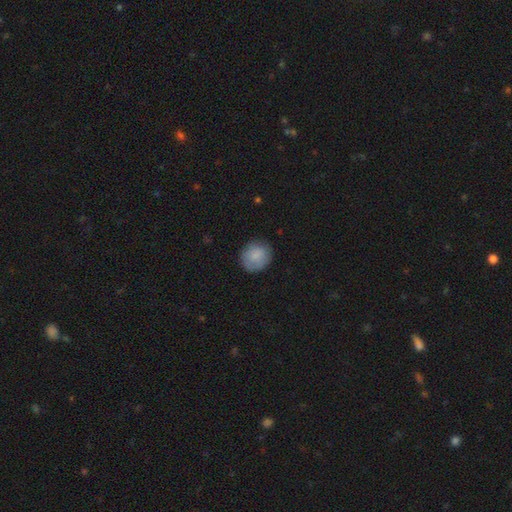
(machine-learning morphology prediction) Smooth or featured: smooth — 84% (featured or disk — 9%)
How rounded: round — 80% (in between — 19%)
Merging: none — 80% (minor disturbance — 16%)